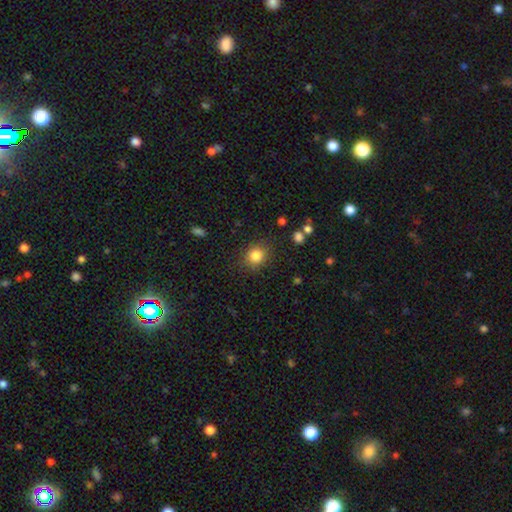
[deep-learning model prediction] Smooth or featured?
  - smooth: 84% *
  - star or artifact: 11%
  - featured or disk: 6%
How rounded?
  - round: 79% *
  - in between: 20%
  - cigar-shaped: 1%
Merging?
  - none: 85% *
  - minor disturbance: 10%
  - major disturbance: 3%
  - merger: 2%